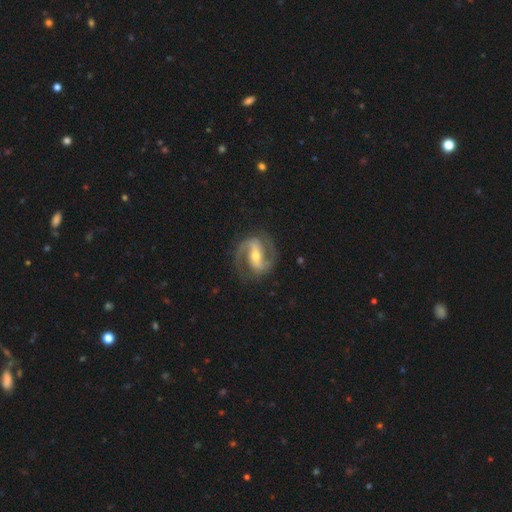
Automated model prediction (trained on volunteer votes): featured or disk 91%, smooth 4%, star or artifact 4%. Down the decision tree: edge-on disk — no (97%); bar — strong (55%); spiral arms — yes (97%); spiral arm count — 2 (93%); spiral winding — medium (57%); bulge size — moderate (60%); merging — none (83%).